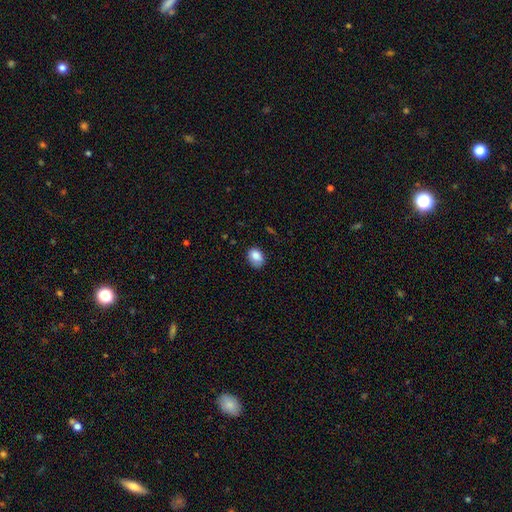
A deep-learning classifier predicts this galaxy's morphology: Smooth or featured? smooth (84%)
How rounded? in between (65%)
Merging? none (71%)